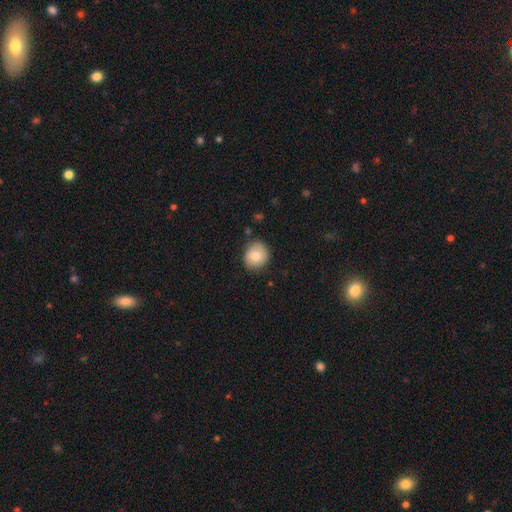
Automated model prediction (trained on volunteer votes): Smooth or featured? Predicted: smooth (p=0.80). How rounded? Predicted: round (p=0.79). Merging? Predicted: none (p=0.82).